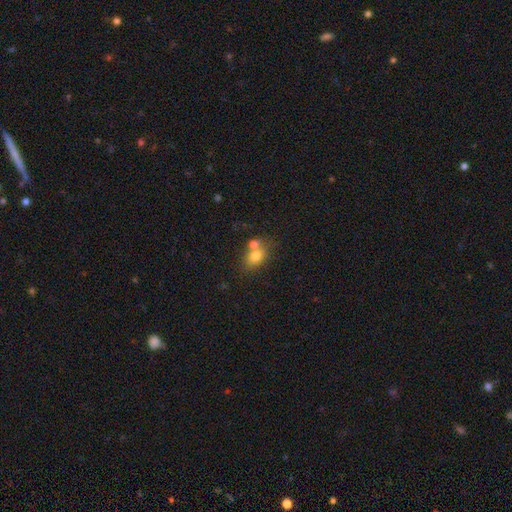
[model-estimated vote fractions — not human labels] smooth_or_featured: smooth (p=0.76) [alt: featured or disk p=0.14]
how_rounded: in between (p=0.66) [alt: round p=0.32]
merging: none (p=0.43) [alt: merger p=0.41]